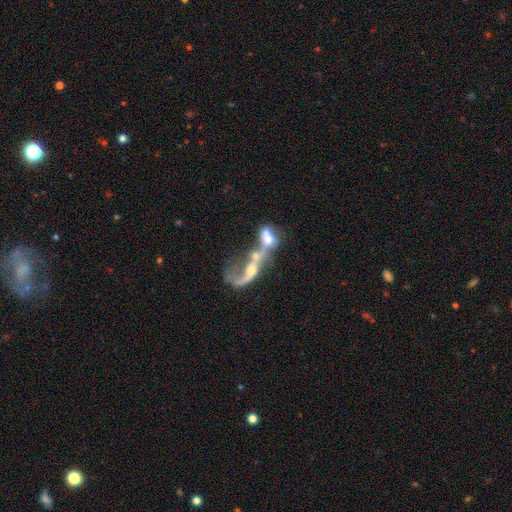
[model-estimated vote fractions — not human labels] A featured or disk galaxy (64%) with no bar (67%), spiral arms (51%) and a moderate central bulge (43%). Merging: merger (79%).